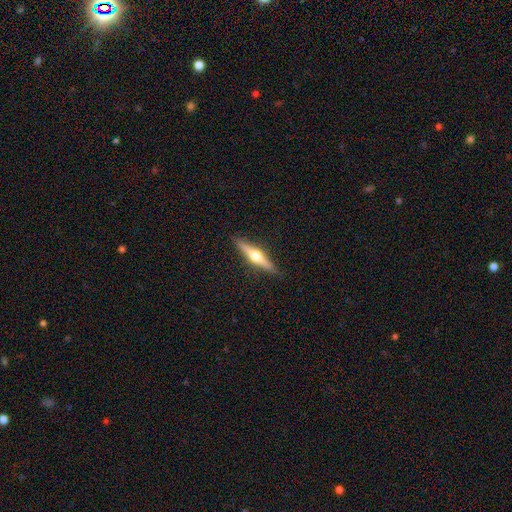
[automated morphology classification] Smooth or featured: featured or disk — 71% (smooth — 24%)
Edge-on disk: yes — 98% (no — 2%)
Edge-on bulge: rounded — 96% (boxy — 2%)
Merging: none — 91% (minor disturbance — 7%)